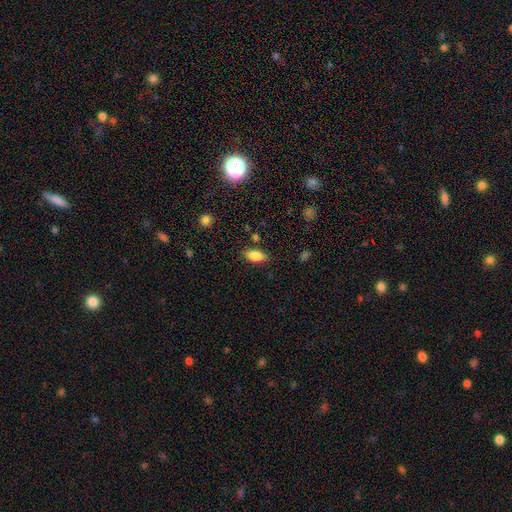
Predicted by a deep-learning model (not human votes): smooth 86%, star or artifact 8%, featured or disk 6%. Down the decision tree: how rounded — in between (91%); merging — none (81%).